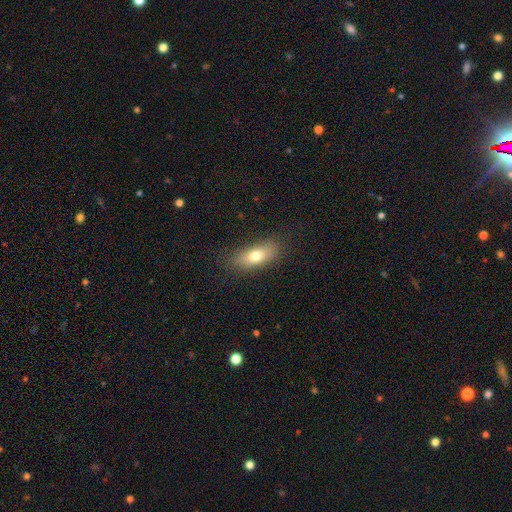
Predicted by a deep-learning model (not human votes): Q: Smooth or featured?
A: smooth (74%); runner-up: featured or disk (18%)
Q: How rounded?
A: in between (74%); runner-up: cigar-shaped (22%)
Q: Merging?
A: none (83%); runner-up: minor disturbance (12%)